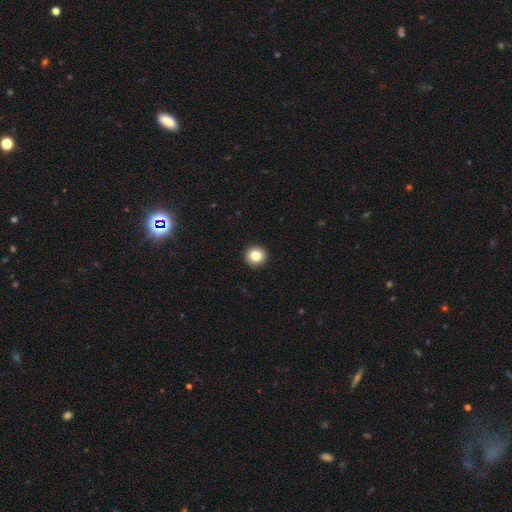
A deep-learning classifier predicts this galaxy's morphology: Q: Smooth or featured?
A: smooth (83%); runner-up: star or artifact (10%)
Q: How rounded?
A: round (93%); runner-up: in between (6%)
Q: Merging?
A: none (94%); runner-up: minor disturbance (4%)